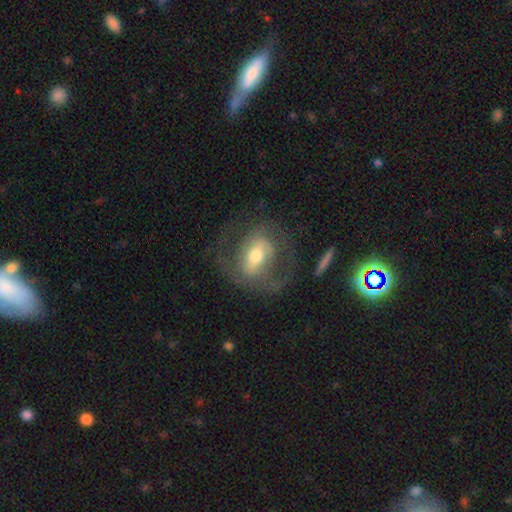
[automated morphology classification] type=featured or disk (73%); edge-on=no (92%); bar=strong (51%); spiral arms=yes (67%); bulge=moderate (66%); merging=none (62%).